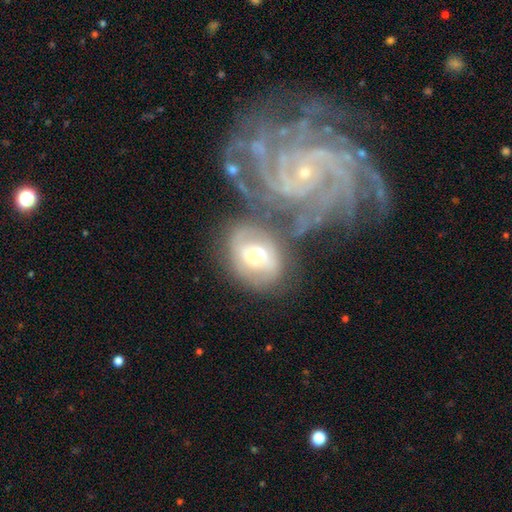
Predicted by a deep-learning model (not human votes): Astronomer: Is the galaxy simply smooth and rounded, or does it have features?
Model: featured or disk — 68%.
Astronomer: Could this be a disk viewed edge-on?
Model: no — 96%.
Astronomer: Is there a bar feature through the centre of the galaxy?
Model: weak — 42% (runner-up: no, 40%).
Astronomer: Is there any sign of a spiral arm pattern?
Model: yes — 84%.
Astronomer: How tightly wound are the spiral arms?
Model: tight — 51% (runner-up: medium, 36%).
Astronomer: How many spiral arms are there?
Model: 2 — 43% (runner-up: can't tell, 32%).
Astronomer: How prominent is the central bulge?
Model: moderate — 60%.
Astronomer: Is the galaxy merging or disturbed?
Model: none — 39% (runner-up: merger, 38%).